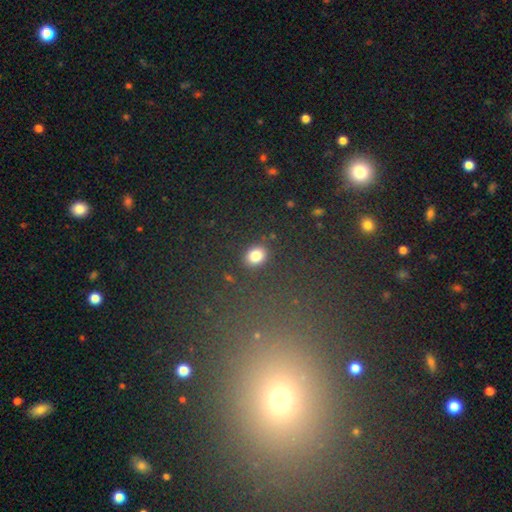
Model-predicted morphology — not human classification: A smooth galaxy with no disk features (81%) that is in between round and cigar-shaped (51%).

Vote fractions:
- Smooth or featured? smooth: 81% / star or artifact: 13% / featured or disk: 6%
- How rounded? in between: 51% / round: 47% / cigar-shaped: 1%
- Merging? none: 85% / minor disturbance: 9% / major disturbance: 3% / merger: 2%